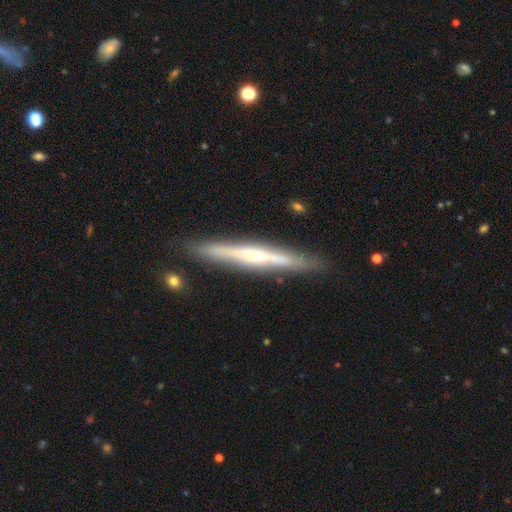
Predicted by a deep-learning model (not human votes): featured or disk 71%, smooth 23%, star or artifact 6%. Down the decision tree: edge-on disk — yes (96%); edge-on bulge — rounded (59%); merging — none (89%).